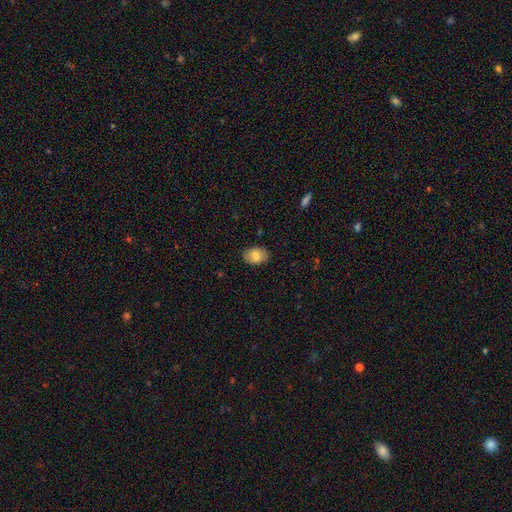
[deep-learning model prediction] A smooth galaxy with no disk features (80%) that is in between round and cigar-shaped (80%). Merging: none (85%).